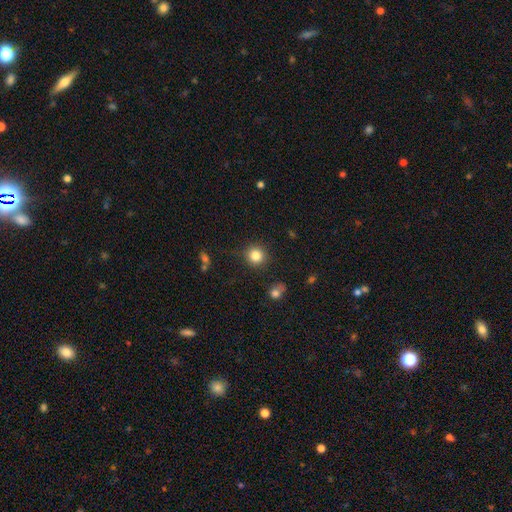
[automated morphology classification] This is clearly a smooth galaxy (83%). How rounded: clearly round (92%). Merging: clearly none (87%).